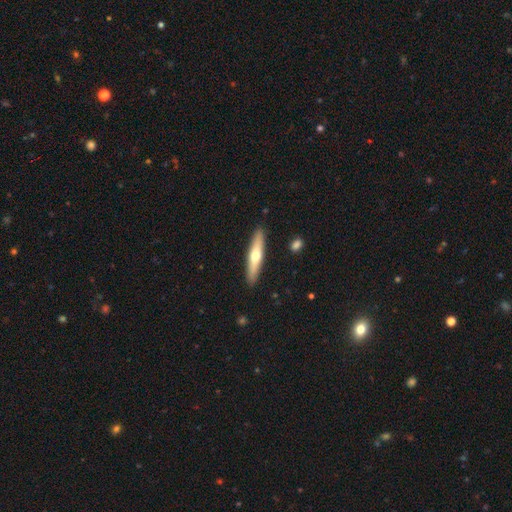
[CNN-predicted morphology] The model was most divided on "smooth or featured": smooth: 49%, featured or disk: 46%, star or artifact: 5%. More confident: merging — none (90%).